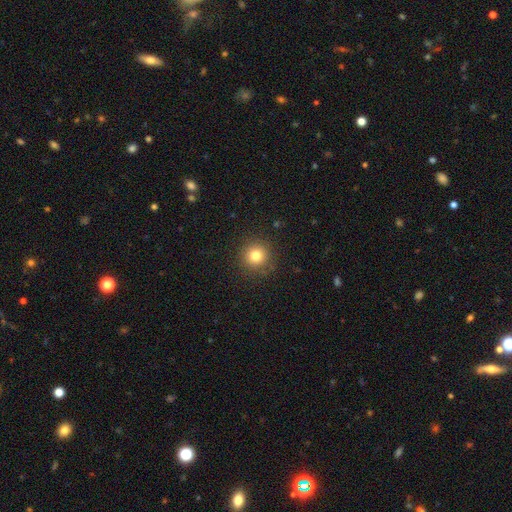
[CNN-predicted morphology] A smooth galaxy with no disk features (80%) that is round (94%).

Vote fractions:
- Smooth or featured? smooth: 80% / star or artifact: 13% / featured or disk: 7%
- How rounded? round: 94% / in between: 5% / cigar-shaped: 1%
- Merging? none: 89% / minor disturbance: 7% / major disturbance: 3% / merger: 1%